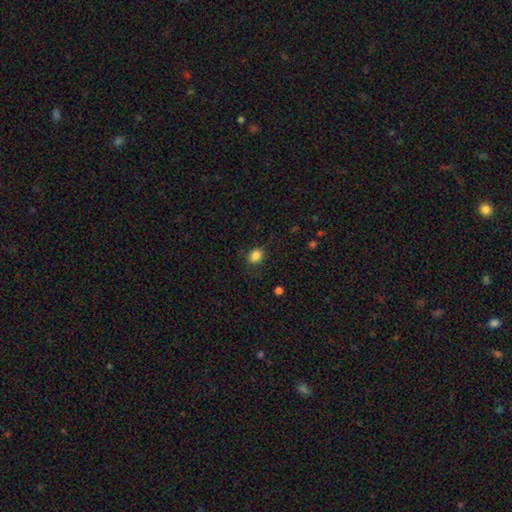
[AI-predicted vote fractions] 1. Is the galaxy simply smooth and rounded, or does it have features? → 85% smooth, 11% star or artifact, 4% featured or disk.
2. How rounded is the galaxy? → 53% round, 46% in between, 1% cigar-shaped.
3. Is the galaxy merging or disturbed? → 81% none, 13% minor disturbance, 4% major disturbance, 1% merger.